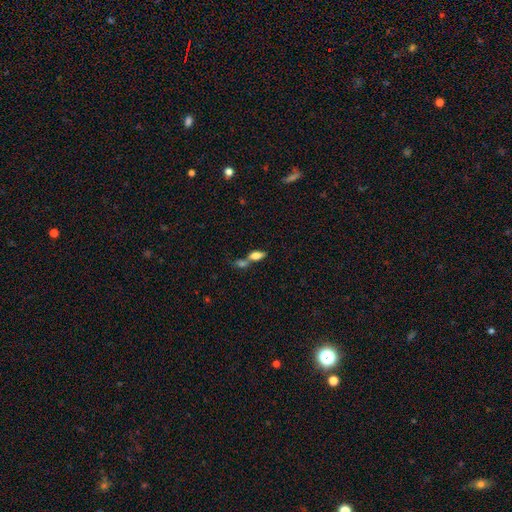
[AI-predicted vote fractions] This is likely a smooth galaxy (71%). How rounded: likely in between (78%). Merging: possibly merger (53%).